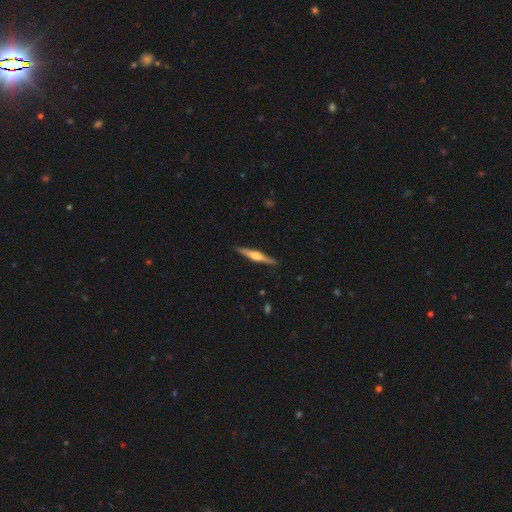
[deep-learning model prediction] Smooth or featured: featured or disk — 69% (smooth — 26%)
Edge-on disk: yes — 98% (no — 2%)
Edge-on bulge: rounded — 87% (boxy — 9%)
Merging: none — 90% (minor disturbance — 7%)